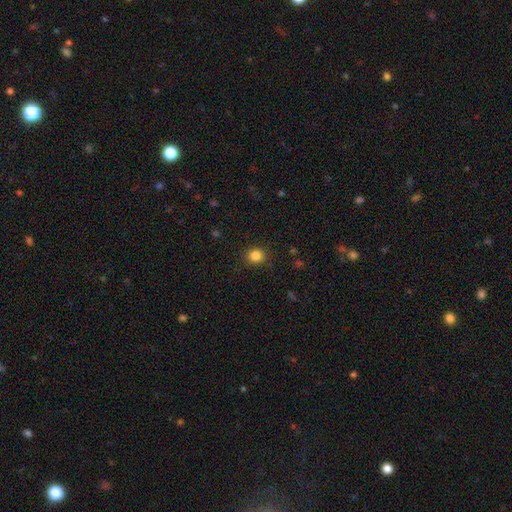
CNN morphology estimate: smooth 84%, star or artifact 12%, featured or disk 4%. Down the decision tree: how rounded — round (84%); merging — none (89%).